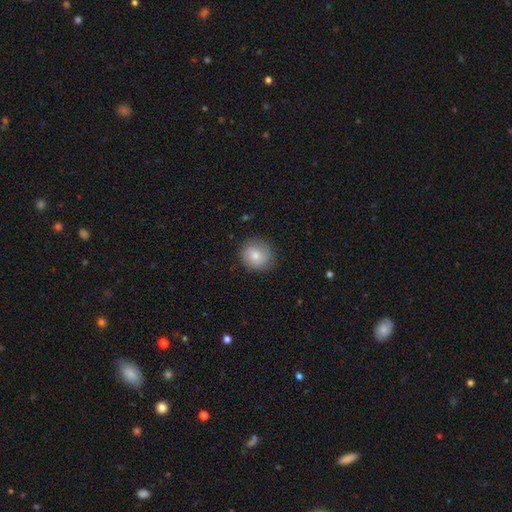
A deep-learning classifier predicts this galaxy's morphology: Q: Smooth or featured?
A: smooth (70%); runner-up: featured or disk (22%)
Q: How rounded?
A: round (85%); runner-up: in between (14%)
Q: Merging?
A: none (84%); runner-up: minor disturbance (12%)